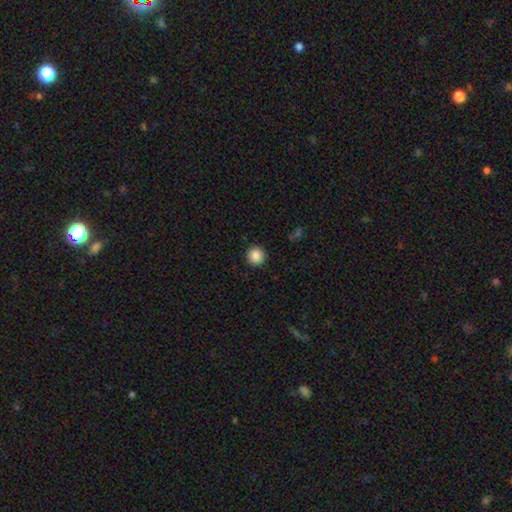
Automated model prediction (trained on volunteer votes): smooth 87%, star or artifact 9%, featured or disk 4%. Down the decision tree: how rounded — round (95%); merging — none (92%).